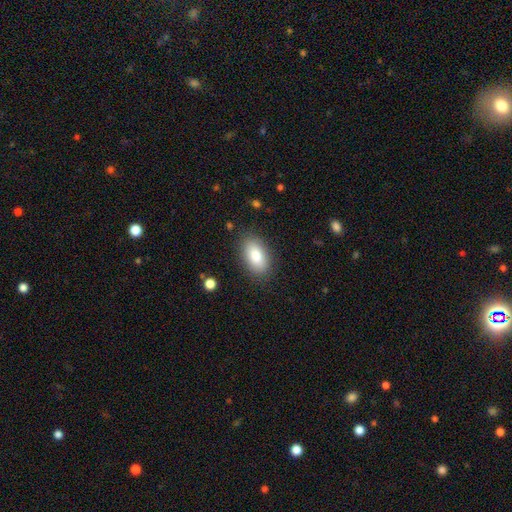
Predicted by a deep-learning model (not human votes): Smooth or featured?
  - smooth: 84% *
  - featured or disk: 9%
  - star or artifact: 7%
How rounded?
  - in between: 92% *
  - round: 5%
  - cigar-shaped: 3%
Merging?
  - none: 86% *
  - minor disturbance: 10%
  - major disturbance: 3%
  - merger: 1%